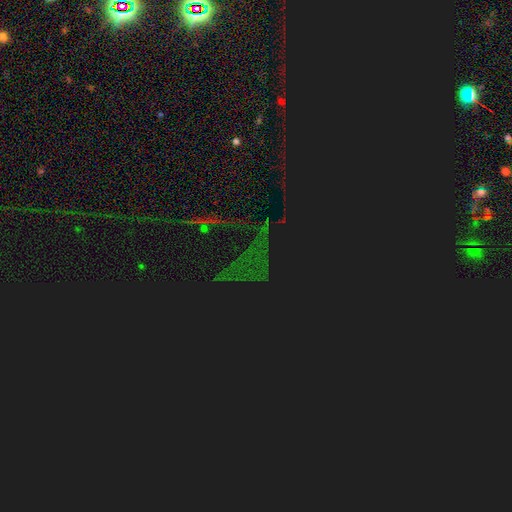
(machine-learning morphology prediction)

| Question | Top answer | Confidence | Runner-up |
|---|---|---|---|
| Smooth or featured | star or artifact | 83% | smooth (10%) |